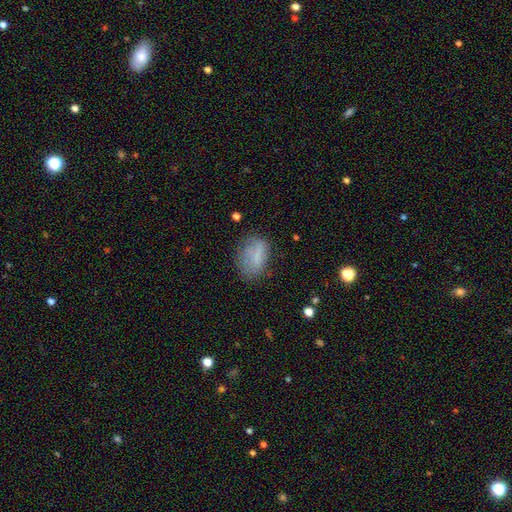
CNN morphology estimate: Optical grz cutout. It shows a smooth galaxy with no disk features (67%) that is in between round and cigar-shaped (83%). Merging: none (56%).